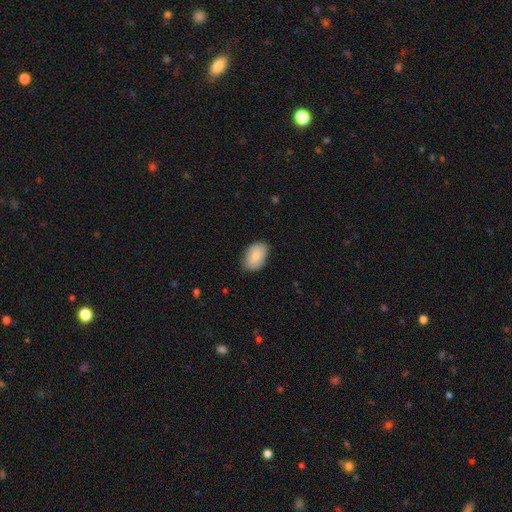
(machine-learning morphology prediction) A smooth galaxy with no disk features (80%) that is in between round and cigar-shaped (88%). Merging: none (78%).